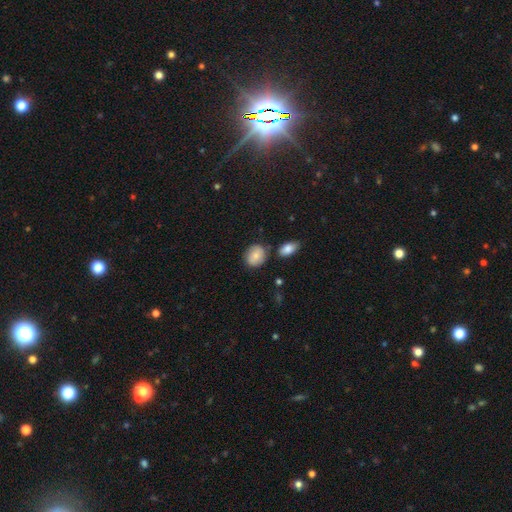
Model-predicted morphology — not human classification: Smooth or featured?
  - smooth: 78% *
  - featured or disk: 15%
  - star or artifact: 7%
How rounded?
  - round: 61% *
  - in between: 37%
  - cigar-shaped: 1%
Merging?
  - none: 75% *
  - minor disturbance: 15%
  - merger: 7%
  - major disturbance: 3%